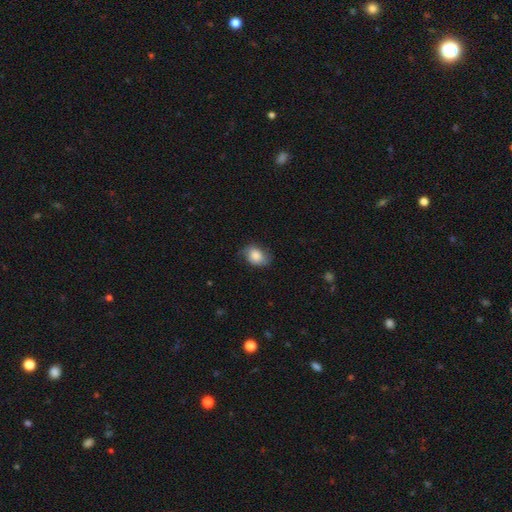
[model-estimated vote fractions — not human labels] smooth 73%, featured or disk 19%, star or artifact 8%. Down the decision tree: how rounded — in between (71%); merging — none (66%).